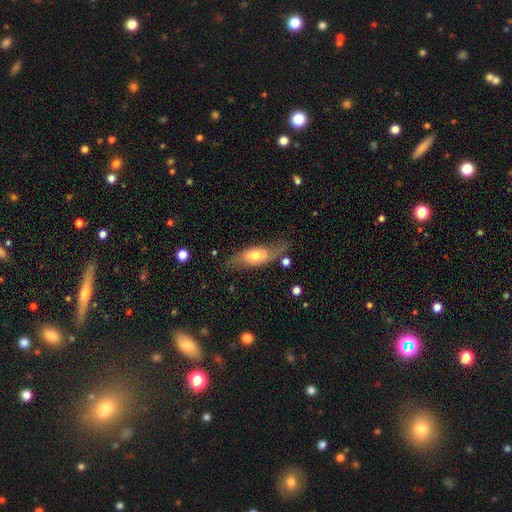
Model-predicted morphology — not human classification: This is possibly a smooth galaxy (47%). Merging: likely none (62%).